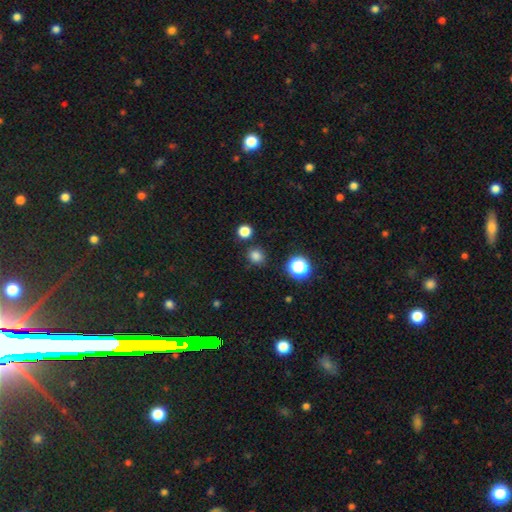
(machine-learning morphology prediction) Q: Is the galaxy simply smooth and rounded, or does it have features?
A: smooth — 80%.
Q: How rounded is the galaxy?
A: round — 82%.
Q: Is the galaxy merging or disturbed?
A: none — 84%.